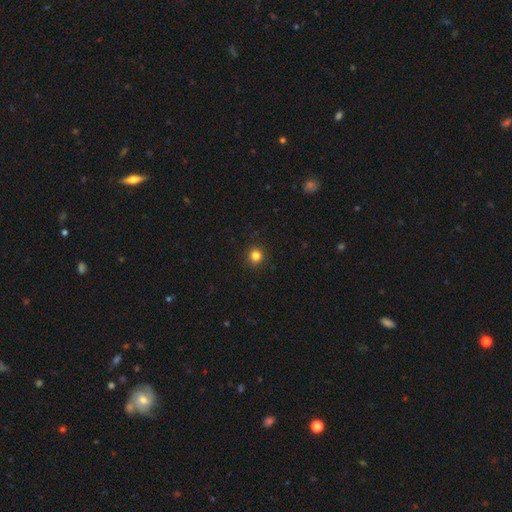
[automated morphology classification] Smooth or featured? Predicted: smooth (p=0.83). How rounded? Predicted: round (p=0.92). Merging? Predicted: none (p=0.92).